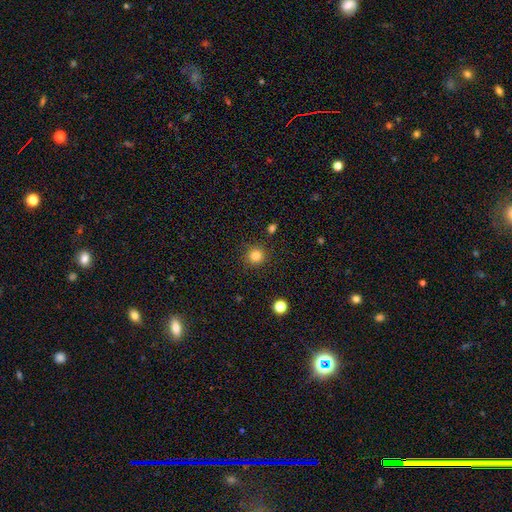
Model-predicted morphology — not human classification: smooth-or-featured: smooth: 83% | star or artifact: 12% | featured or disk: 5%
  how-rounded: round: 94% | in between: 5% | cigar-shaped: 1%
  merging: none: 89% | minor disturbance: 7% | major disturbance: 2% | merger: 2%